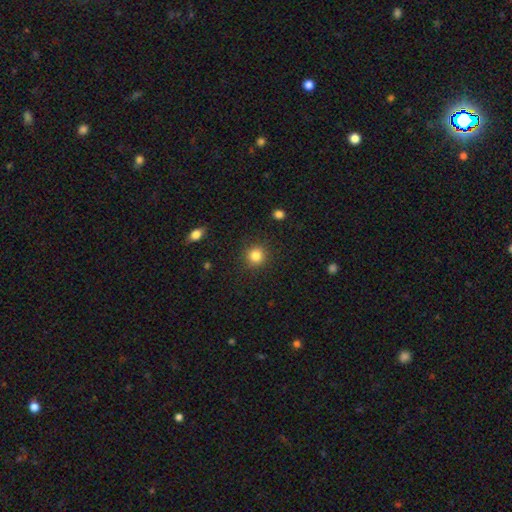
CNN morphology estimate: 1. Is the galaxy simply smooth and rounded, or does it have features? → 84% smooth, 11% star or artifact, 5% featured or disk.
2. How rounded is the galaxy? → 92% round, 7% in between, 1% cigar-shaped.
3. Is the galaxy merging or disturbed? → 90% none, 7% minor disturbance, 2% major disturbance, 1% merger.